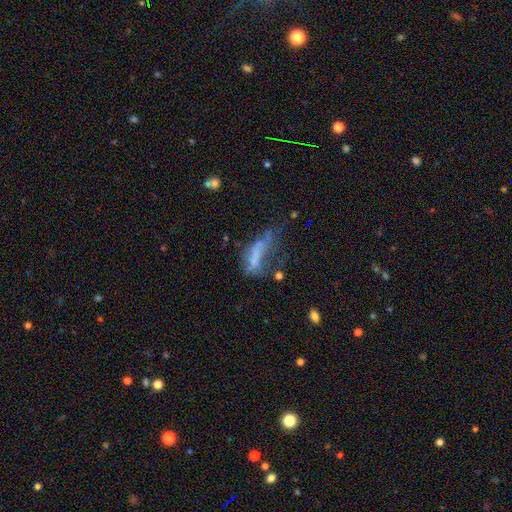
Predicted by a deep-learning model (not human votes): smooth_or_featured: smooth (p=0.43) [alt: featured or disk p=0.39]
merging: major disturbance (p=0.47) [alt: none p=0.21]